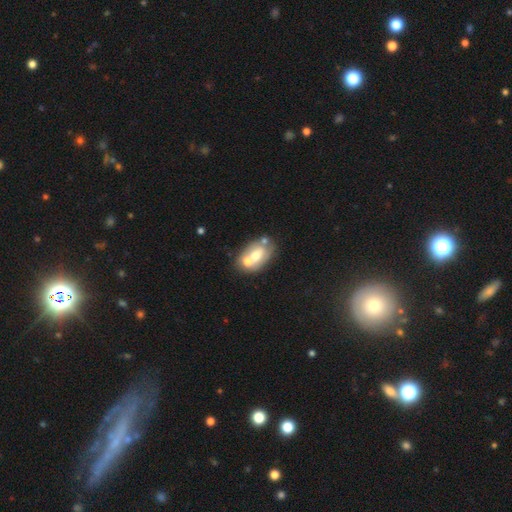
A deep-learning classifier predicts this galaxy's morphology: smooth 54%, featured or disk 38%, star or artifact 9%. Down the decision tree: how rounded — in between (82%); merging — merger (43%).